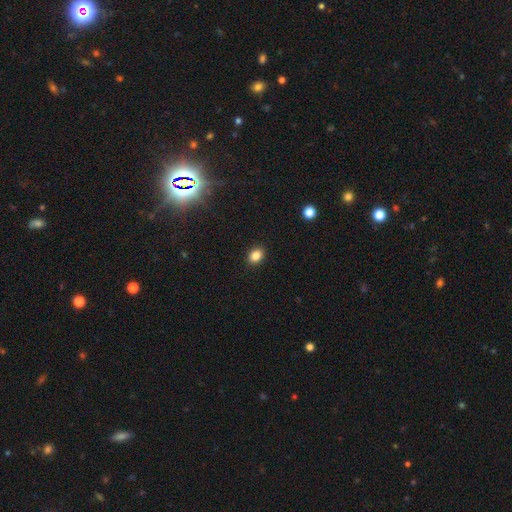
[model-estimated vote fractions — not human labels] smooth-or-featured: smooth: 85% | star or artifact: 11% | featured or disk: 5%
  how-rounded: in between: 60% | round: 39% | cigar-shaped: 1%
  merging: none: 90% | minor disturbance: 7% | major disturbance: 2% | merger: 1%